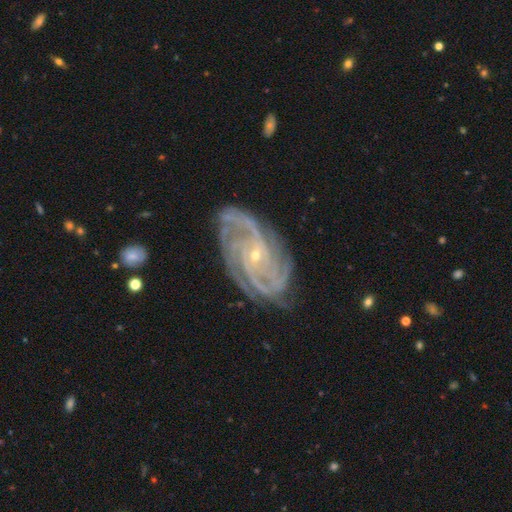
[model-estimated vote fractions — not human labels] featured or disk 91%, star or artifact 6%, smooth 4%. Down the decision tree: edge-on disk — no (97%); bar — no (64%); spiral arms — yes (98%); spiral arm count — 4 (30%); spiral winding — tight (62%); bulge size — small (83%); merging — none (76%).